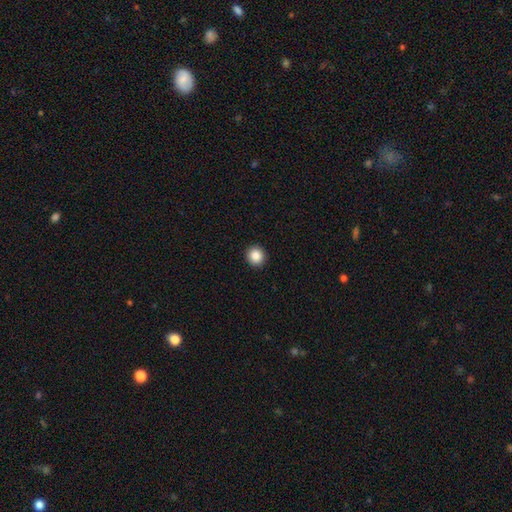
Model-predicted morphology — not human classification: type=smooth (87%); roundness=round (92%); merging=none (93%).